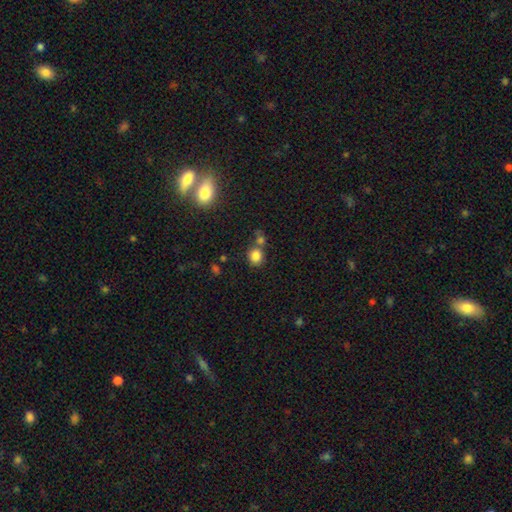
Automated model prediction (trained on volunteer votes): smooth 82%, star or artifact 12%, featured or disk 6%. Down the decision tree: how rounded — round (83%); merging — none (62%).